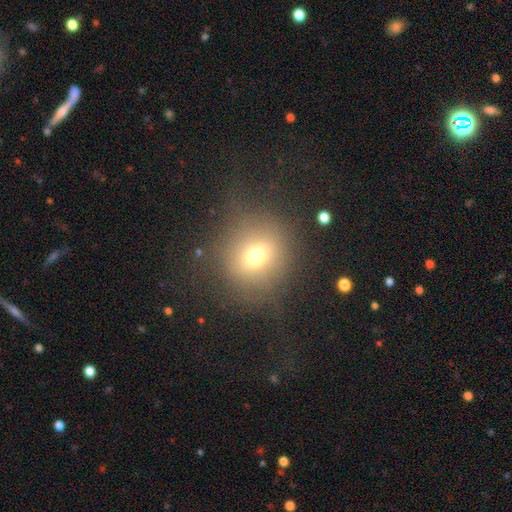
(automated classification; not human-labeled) smooth 62%, featured or disk 20%, star or artifact 18%. Down the decision tree: how rounded — round (78%); merging — none (68%).